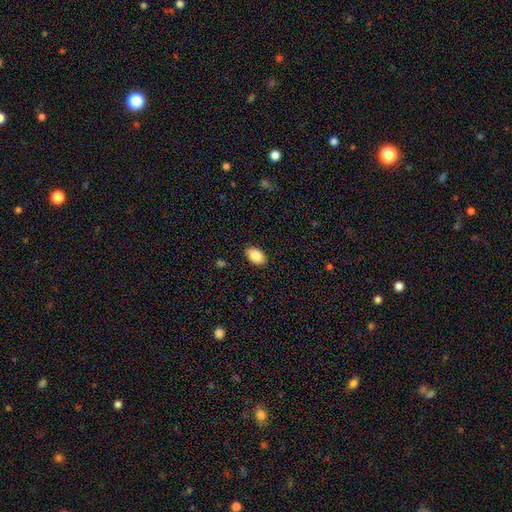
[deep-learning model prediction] smooth 87%, star or artifact 7%, featured or disk 6%. Down the decision tree: how rounded — in between (91%); merging — none (88%).